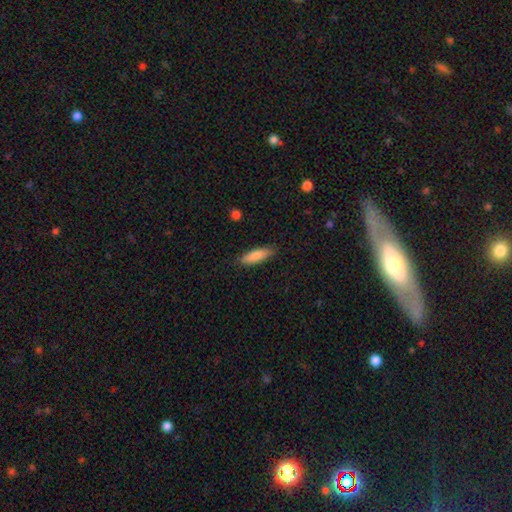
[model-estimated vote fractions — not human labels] This appears to be a smooth galaxy with no disk features (85%) that is cigar-shaped (53%). Merging: none (86%).